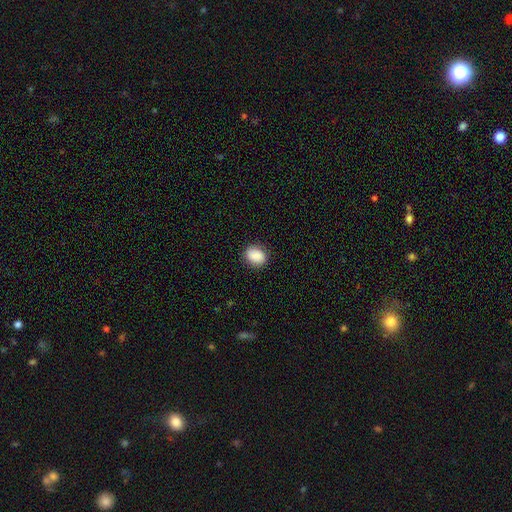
A smooth galaxy with no disk features (92%) that is in between round and cigar-shaped (51%). Merging: none (86%).